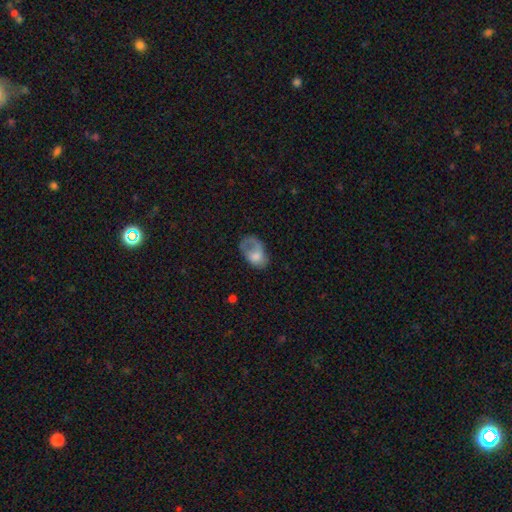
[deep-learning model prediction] Overall: smooth (58%; featured or disk 34%). How rounded: in between (83%). Merging: major disturbance (44%; none 28%).